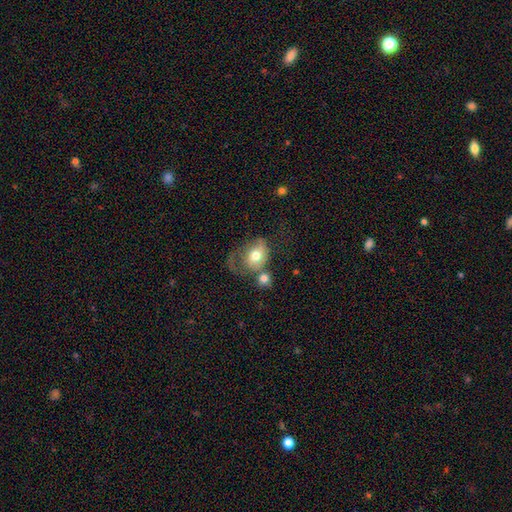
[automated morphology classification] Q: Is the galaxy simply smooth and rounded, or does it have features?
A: smooth — 65%.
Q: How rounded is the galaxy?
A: in between — 52%.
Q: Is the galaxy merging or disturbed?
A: major disturbance — 33%.